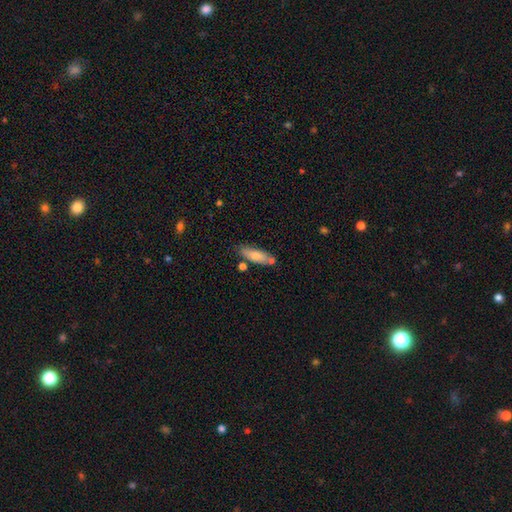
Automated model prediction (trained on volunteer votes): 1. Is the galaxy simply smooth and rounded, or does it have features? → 74% smooth, 20% featured or disk, 7% star or artifact.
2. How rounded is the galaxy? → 52% in between, 46% cigar-shaped, 2% round.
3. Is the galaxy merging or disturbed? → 69% none, 16% minor disturbance, 11% merger, 3% major disturbance.